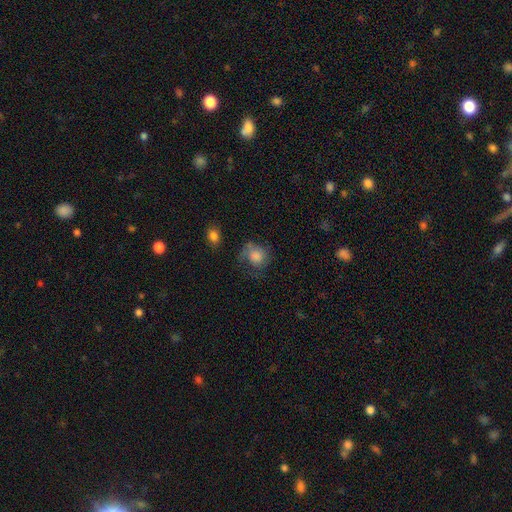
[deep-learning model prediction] A smooth galaxy with no disk features (68%) that is round (75%). Merging: none (45%).